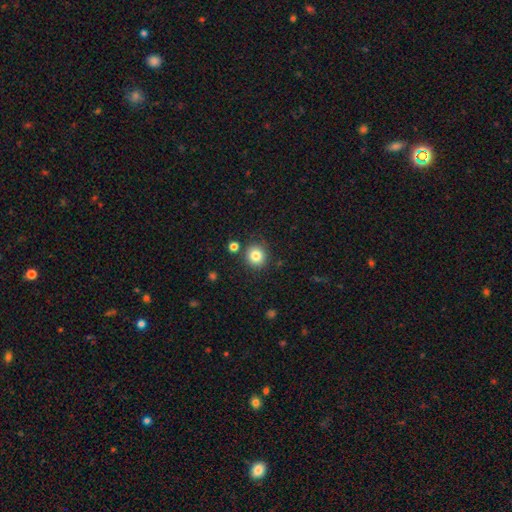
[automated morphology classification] Smooth or featured: smooth — 83% (star or artifact — 11%)
How rounded: round — 88% (in between — 11%)
Merging: none — 83% (minor disturbance — 8%)